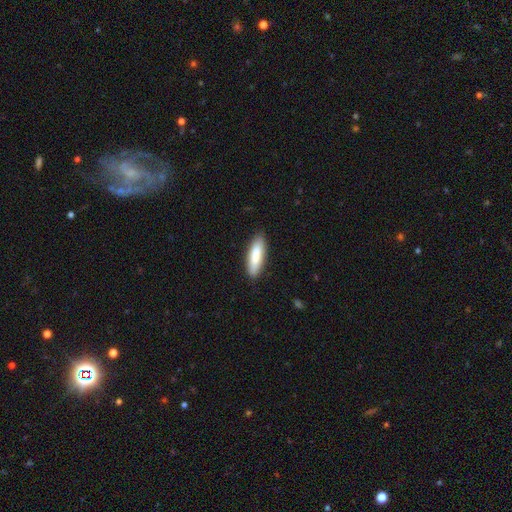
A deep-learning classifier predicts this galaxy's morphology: This appears to be a smooth galaxy with no disk features (83%) that is cigar-shaped (55%). Merging: none (87%).